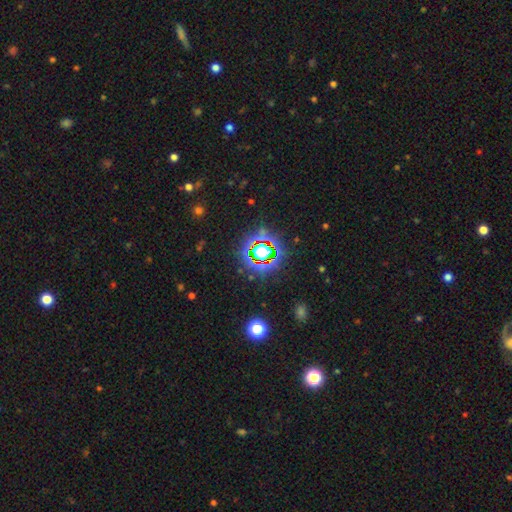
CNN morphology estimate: type=star or artifact (74%).